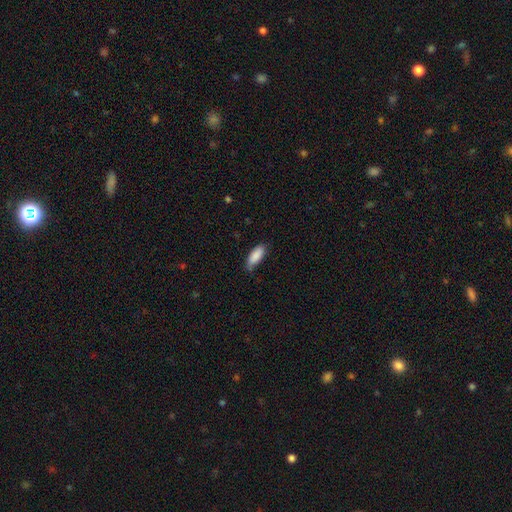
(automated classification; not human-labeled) Smooth or featured?
  - smooth: 88% *
  - featured or disk: 6%
  - star or artifact: 6%
How rounded?
  - in between: 76% *
  - cigar-shaped: 22%
  - round: 2%
Merging?
  - none: 66% *
  - minor disturbance: 28%
  - major disturbance: 5%
  - merger: 2%